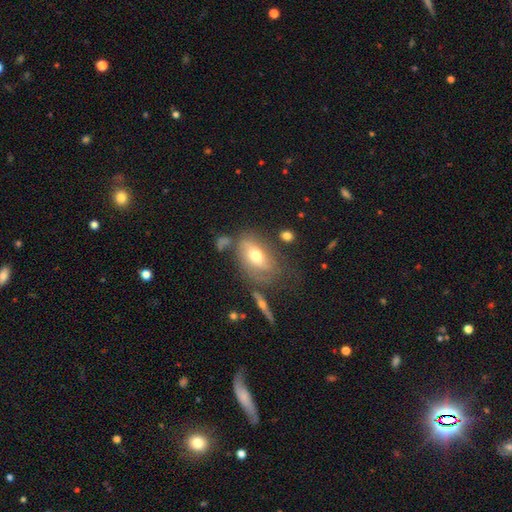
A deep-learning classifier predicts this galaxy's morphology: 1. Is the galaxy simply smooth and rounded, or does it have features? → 46% featured or disk, 45% smooth, 9% star or artifact.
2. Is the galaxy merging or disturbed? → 51% none, 23% minor disturbance, 15% major disturbance, 11% merger.